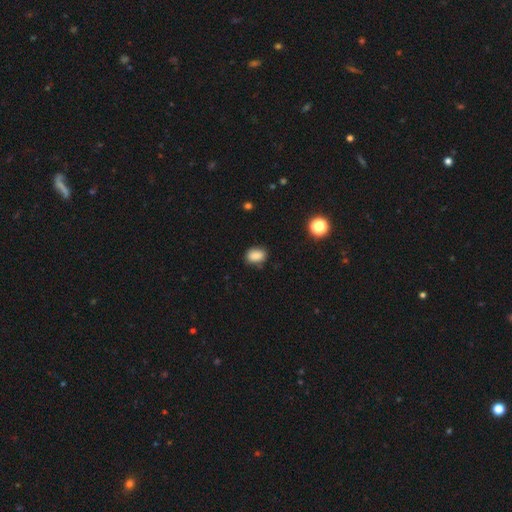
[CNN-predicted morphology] The model was most divided on "how rounded": in between: 77%, round: 22%, cigar-shaped: 1%. More confident: smooth or featured — smooth (85%); merging — none (79%).